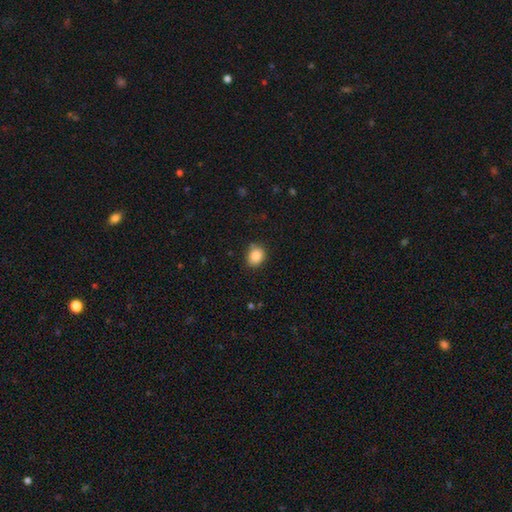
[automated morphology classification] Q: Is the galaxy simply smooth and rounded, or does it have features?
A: smooth — 87%.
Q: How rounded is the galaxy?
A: round — 53%.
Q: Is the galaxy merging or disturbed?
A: none — 79%.